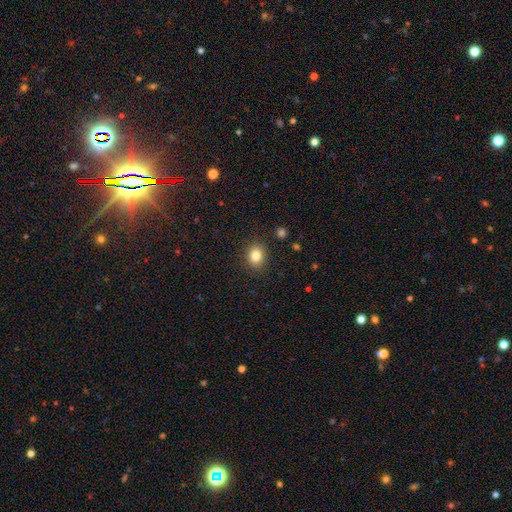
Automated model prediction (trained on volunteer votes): Morphology: type=smooth (83%); roundness=round (54%); merging=none (88%).